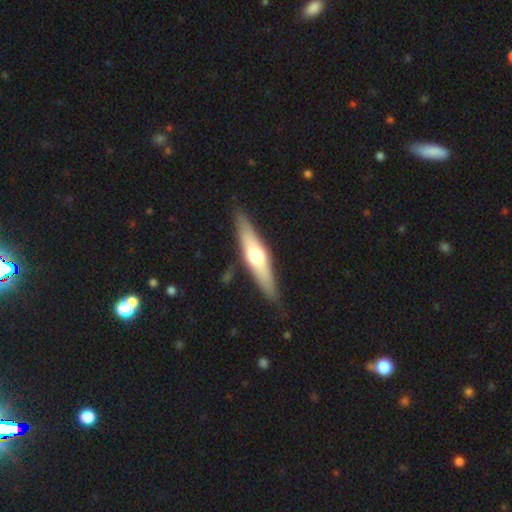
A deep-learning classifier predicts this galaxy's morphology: featured or disk 55%, smooth 40%, star or artifact 5%. Down the decision tree: edge-on disk — yes (90%); merging — none (87%).